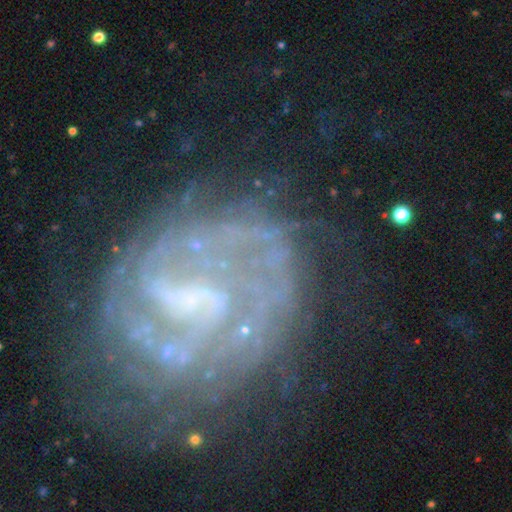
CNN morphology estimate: This appears to be a featured or disk galaxy (76%) with no bar (40%), 2 (39%) tight (46%) spiral arms (90%) and a small central bulge (56%). Merging: none (64%).